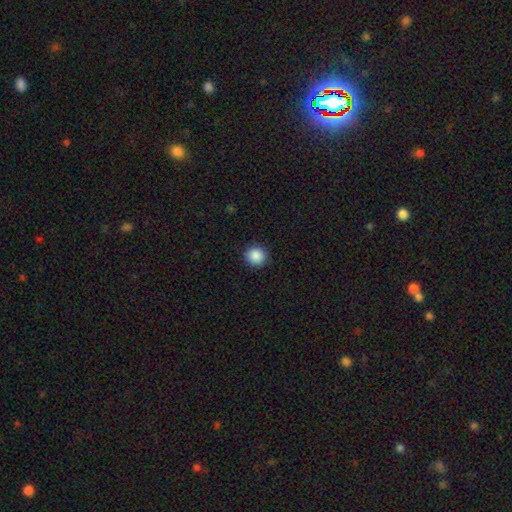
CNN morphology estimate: The model was most divided on "smooth or featured": smooth: 88%, star or artifact: 9%, featured or disk: 3%. More confident: how rounded — round (93%); merging — none (91%).